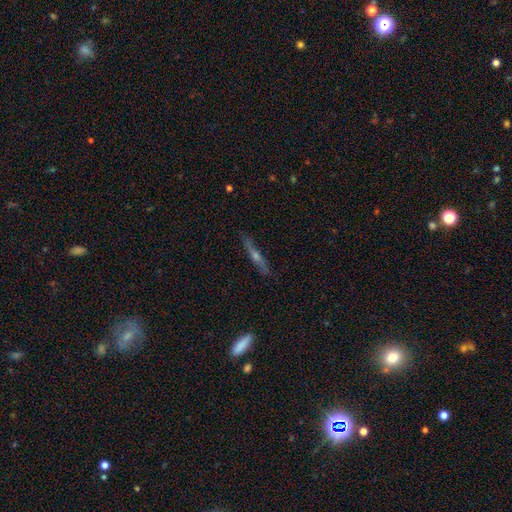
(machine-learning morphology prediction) A featured or disk galaxy (66%) viewed edge-on (94%) with a rounded central bulge (81%). Merging: none (84%).